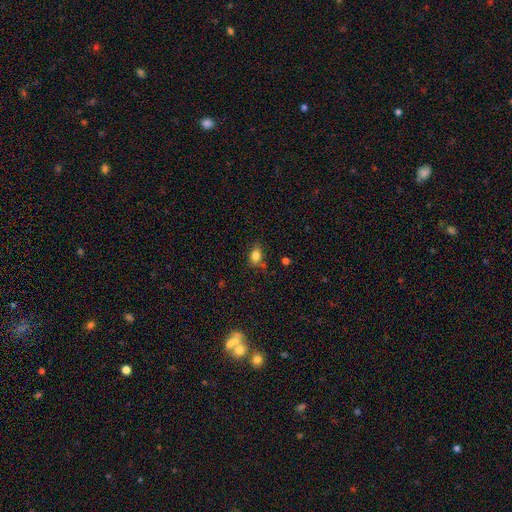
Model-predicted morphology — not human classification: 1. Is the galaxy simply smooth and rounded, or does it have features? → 82% smooth, 11% star or artifact, 7% featured or disk.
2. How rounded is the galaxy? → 76% in between, 22% round, 2% cigar-shaped.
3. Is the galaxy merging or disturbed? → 70% none, 20% minor disturbance, 5% major disturbance, 5% merger.